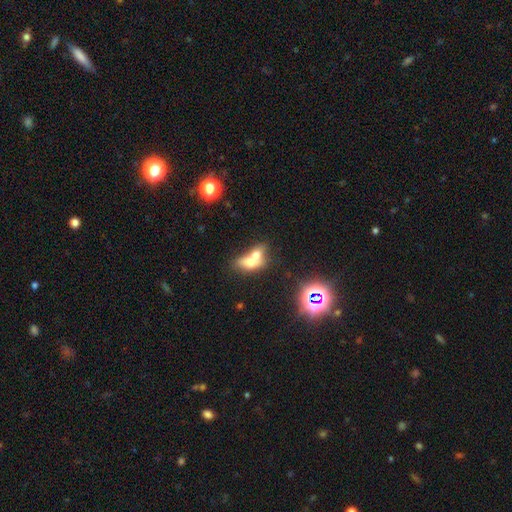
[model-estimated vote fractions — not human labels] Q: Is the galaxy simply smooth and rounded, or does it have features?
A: smooth — 62%.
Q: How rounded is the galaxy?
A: in between — 71%.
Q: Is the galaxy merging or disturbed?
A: merger — 74%.